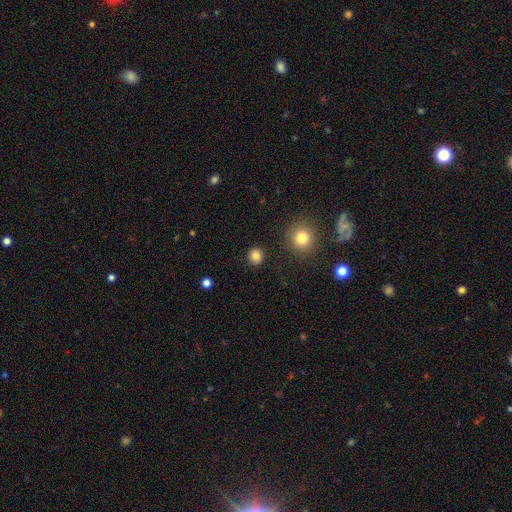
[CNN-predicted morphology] Smooth or featured? Predicted: smooth (p=0.84). How rounded? Predicted: round (p=0.90). Merging? Predicted: none (p=0.91).